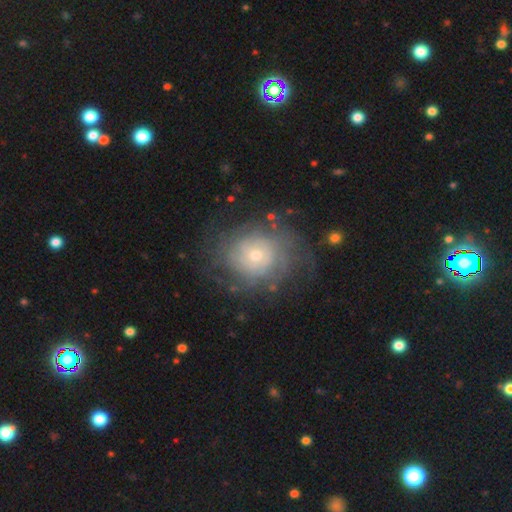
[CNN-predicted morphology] smooth-or-featured: featured or disk: 61% | smooth: 30% | star or artifact: 9%
  disk-edge-on: no: 97% | yes: 3%
    bar: no: 83% | weak: 14% | strong: 2%
    has-spiral-arms: yes: 74% | no: 26%
    bulge-size: small: 61% | moderate: 33% | large: 3% | none: 1% | dominant: 1%
  merging: none: 65% | minor disturbance: 19% | major disturbance: 14% | merger: 2%